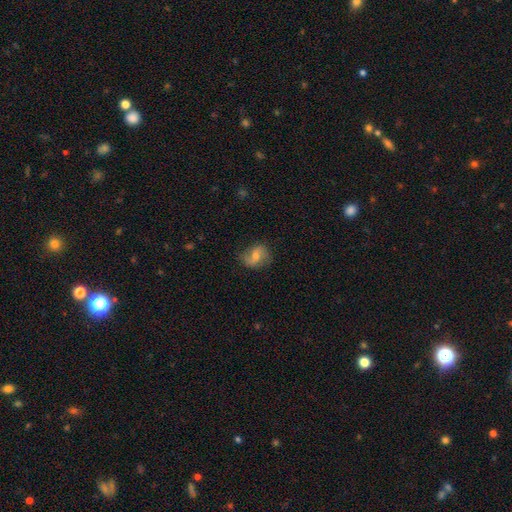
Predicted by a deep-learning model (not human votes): A featured or disk galaxy (51%).

Vote fractions:
- Smooth or featured? featured or disk: 51% / smooth: 40% / star or artifact: 10%
- Edge-on disk? no: 97% / yes: 3%
- Merging? none: 69% / minor disturbance: 22% / major disturbance: 8% / merger: 1%